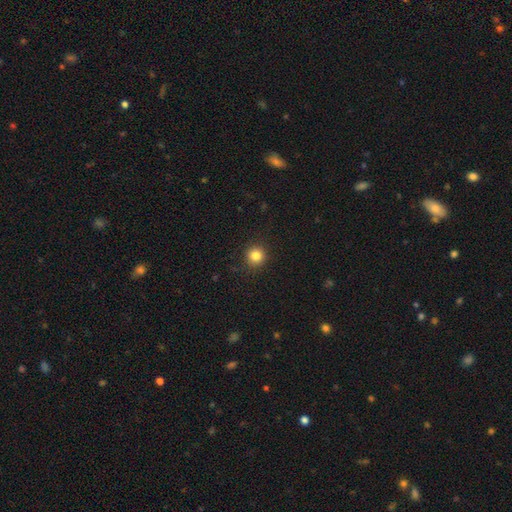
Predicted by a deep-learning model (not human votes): Smooth or featured? Predicted: smooth (p=0.83). How rounded? Predicted: round (p=0.93). Merging? Predicted: none (p=0.91).